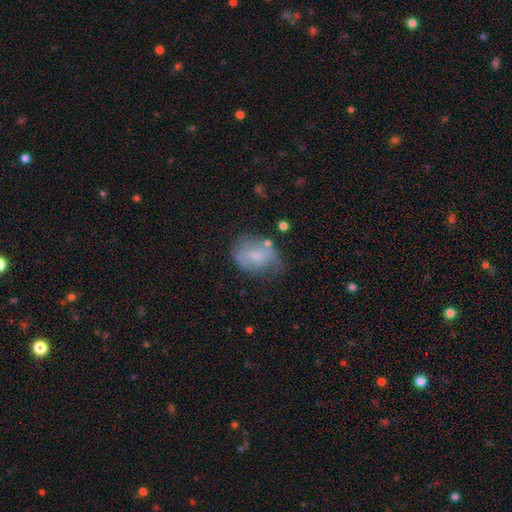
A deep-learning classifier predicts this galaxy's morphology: The model was most divided on "smooth or featured": smooth: 51%, featured or disk: 40%, star or artifact: 9%. Remaining: how rounded — in between (69%); merging — none (47%).